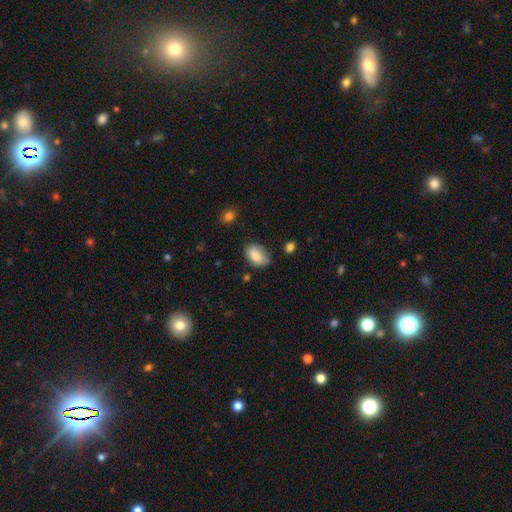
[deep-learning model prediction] The model was most divided on "merging": none: 66%, minor disturbance: 26%, major disturbance: 5%, merger: 3%. More confident: how rounded — in between (85%); smooth or featured — smooth (80%).